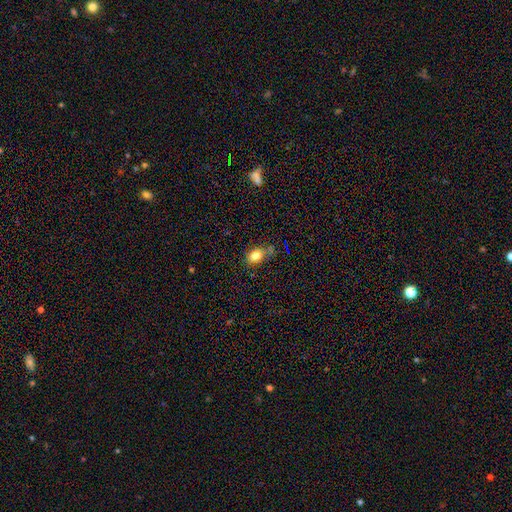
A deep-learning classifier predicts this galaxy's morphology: Q: Smooth or featured?
A: smooth (81%); runner-up: star or artifact (11%)
Q: How rounded?
A: in between (72%); runner-up: round (27%)
Q: Merging?
A: none (64%); runner-up: minor disturbance (21%)